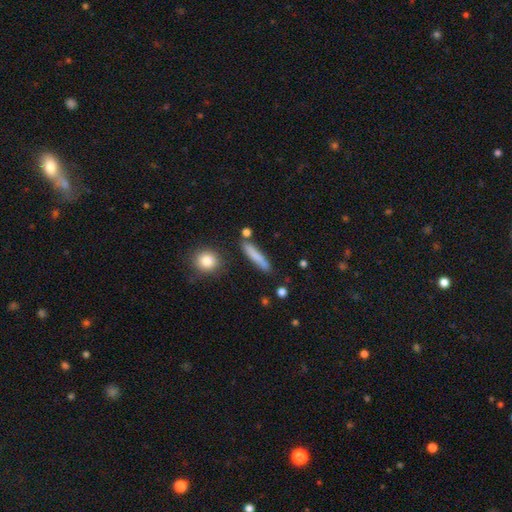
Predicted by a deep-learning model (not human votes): Overall: smooth (76%). How rounded: cigar-shaped (88%). Merging: none (80%).